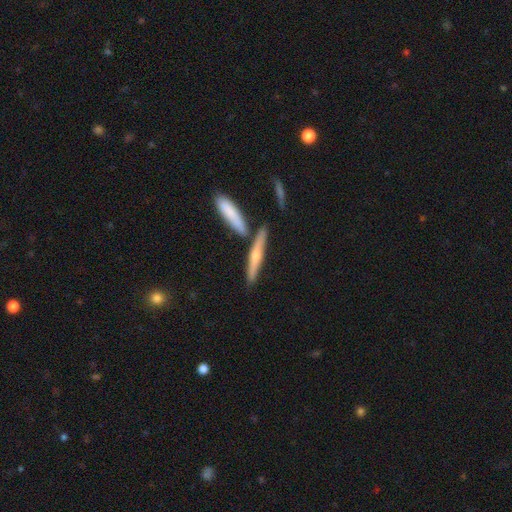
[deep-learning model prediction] This is possibly a featured or disk galaxy (55%). It is clearly viewed edge-on (94%). Edge-on bulge: likely rounded (79%). Merging: likely none (73%).